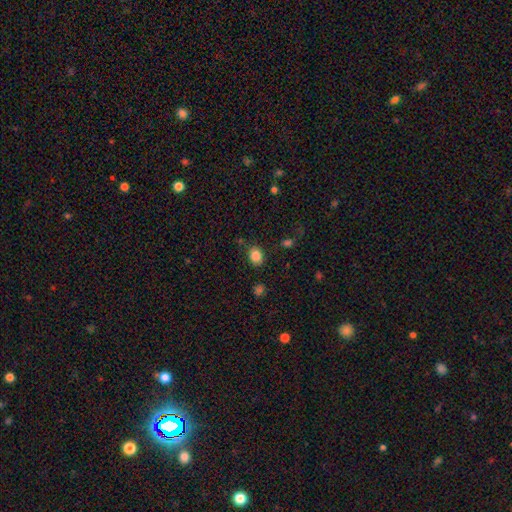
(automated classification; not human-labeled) smooth 85%, star or artifact 10%, featured or disk 5%. Down the decision tree: how rounded — in between (60%); merging — none (80%).